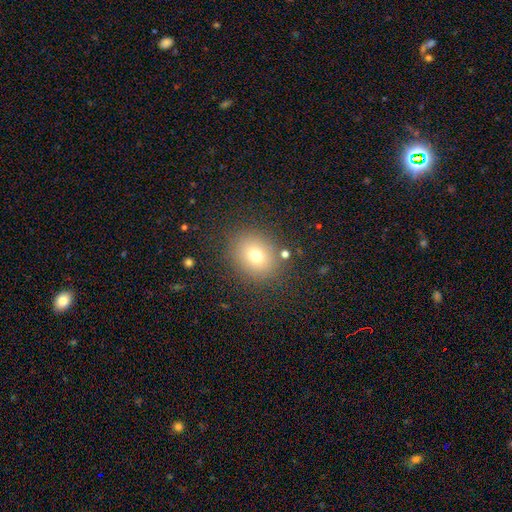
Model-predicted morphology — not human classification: smooth-or-featured: smooth: 73% | star or artifact: 14% | featured or disk: 12%
  how-rounded: round: 63% | in between: 36% | cigar-shaped: 1%
  merging: none: 84% | minor disturbance: 9% | major disturbance: 4% | merger: 3%